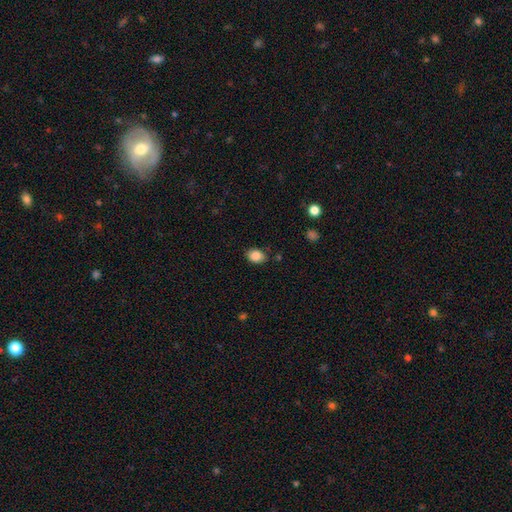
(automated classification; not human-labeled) A smooth galaxy with no disk features (86%) that is in between round and cigar-shaped (72%). Merging: none (80%).